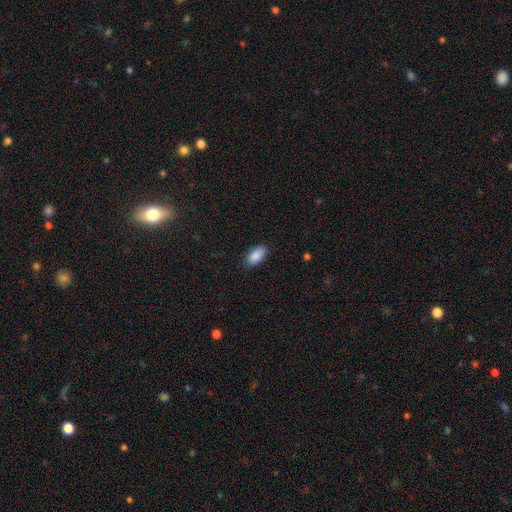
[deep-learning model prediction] Q: Smooth or featured?
A: smooth (89%); runner-up: star or artifact (7%)
Q: How rounded?
A: in between (94%); runner-up: cigar-shaped (3%)
Q: Merging?
A: none (87%); runner-up: minor disturbance (10%)